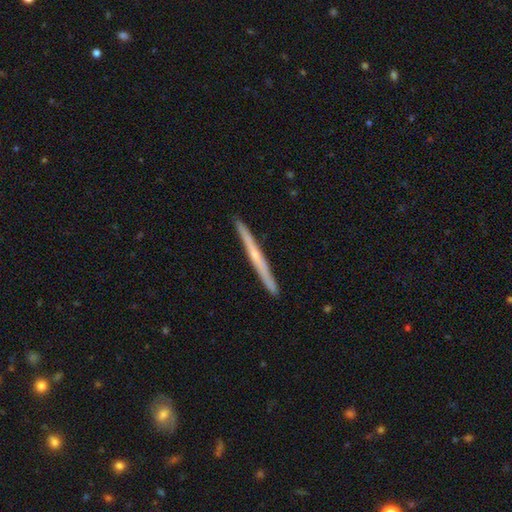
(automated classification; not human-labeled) Smooth or featured?
  - featured or disk: 67% *
  - smooth: 27%
  - star or artifact: 6%
Edge-on disk?
  - yes: 98% *
  - no: 2%
Edge-on bulge?
  - none: 51% *
  - rounded: 45%
  - boxy: 4%
Merging?
  - none: 92% *
  - minor disturbance: 6%
  - major disturbance: 1%
  - merger: 1%